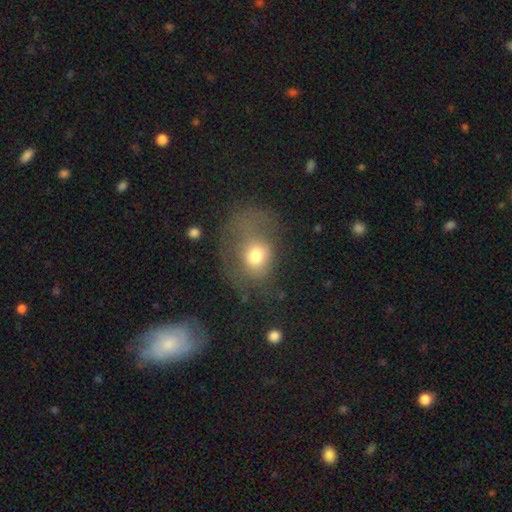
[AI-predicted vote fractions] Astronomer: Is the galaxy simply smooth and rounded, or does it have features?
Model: smooth — 65%.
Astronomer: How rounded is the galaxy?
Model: in between — 53% (runner-up: round, 46%).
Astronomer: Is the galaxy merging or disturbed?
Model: major disturbance — 40% (runner-up: none, 33%).